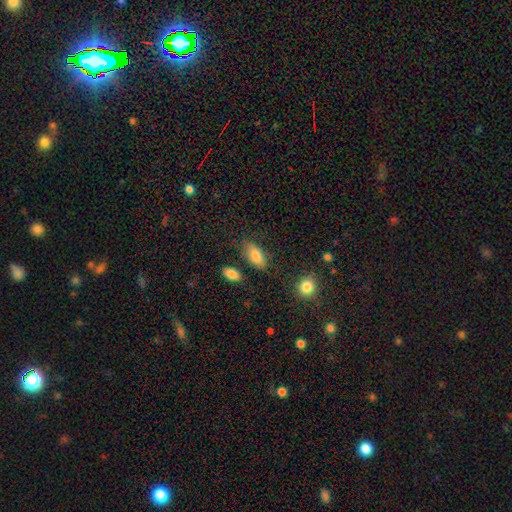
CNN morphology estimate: type=smooth (82%); roundness=in between (88%); merging=none (72%).